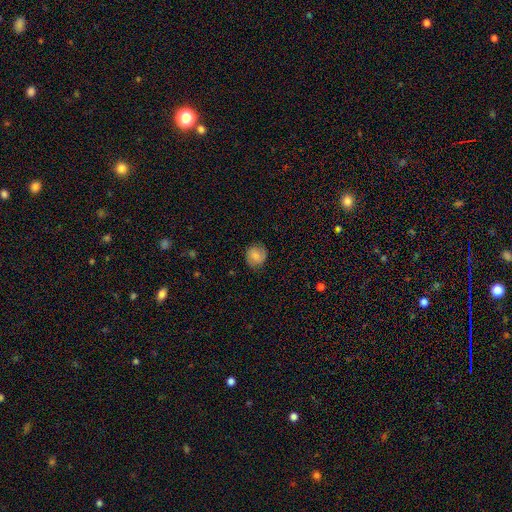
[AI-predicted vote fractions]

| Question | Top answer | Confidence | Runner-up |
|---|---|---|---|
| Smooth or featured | smooth | 65% | featured or disk (27%) |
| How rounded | round | 78% | in between (21%) |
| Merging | none | 78% | minor disturbance (17%) |